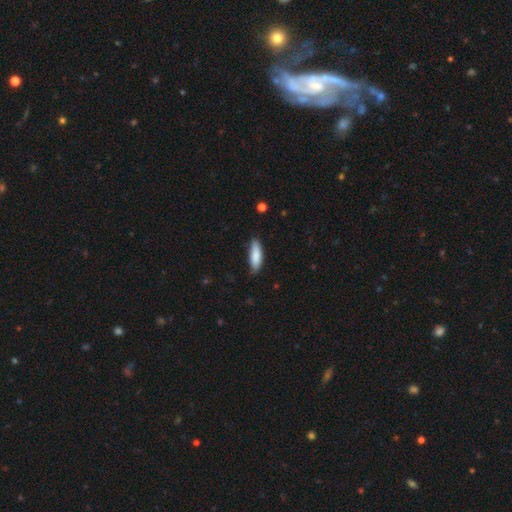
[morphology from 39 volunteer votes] Q: Smooth or featured?
A: smooth (85%); runner-up: featured or disk (10%)
Q: How rounded?
A: cigar-shaped (58%); runner-up: in between (42%)
Q: Merging?
A: none (78%); runner-up: minor disturbance (16%)